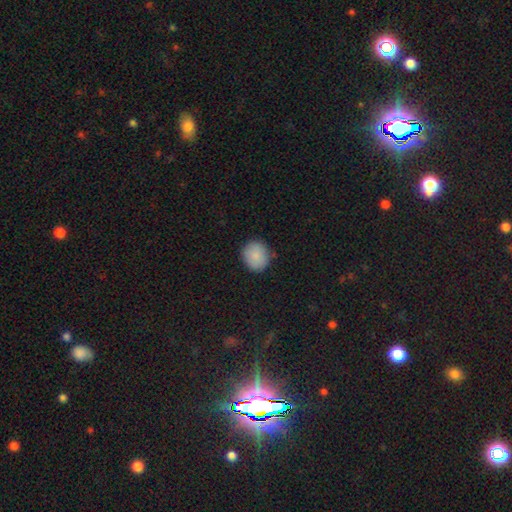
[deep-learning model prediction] Smooth or featured?
  - smooth: 86% *
  - star or artifact: 8%
  - featured or disk: 6%
How rounded?
  - round: 77% *
  - in between: 22%
  - cigar-shaped: 1%
Merging?
  - none: 85% *
  - minor disturbance: 11%
  - major disturbance: 2%
  - merger: 1%